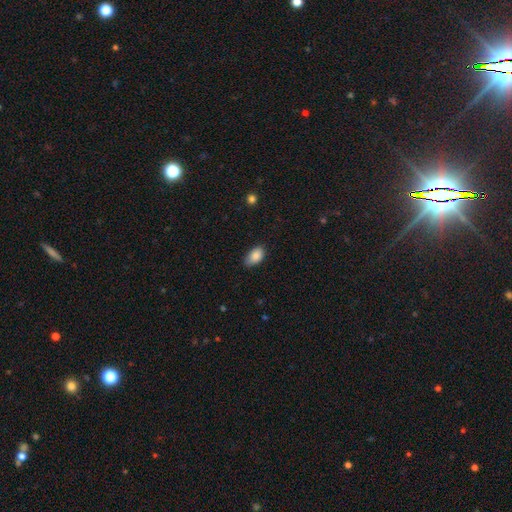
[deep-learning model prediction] smooth 87%, star or artifact 7%, featured or disk 6%. Down the decision tree: how rounded — in between (92%); merging — none (72%).